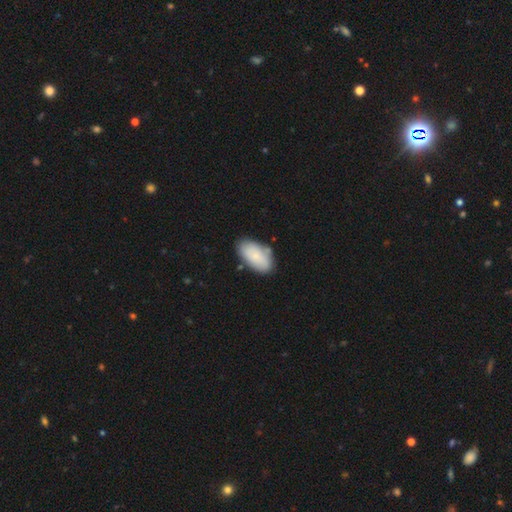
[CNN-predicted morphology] Overall: smooth (80%). How rounded: in between (95%). Merging: none (74%).